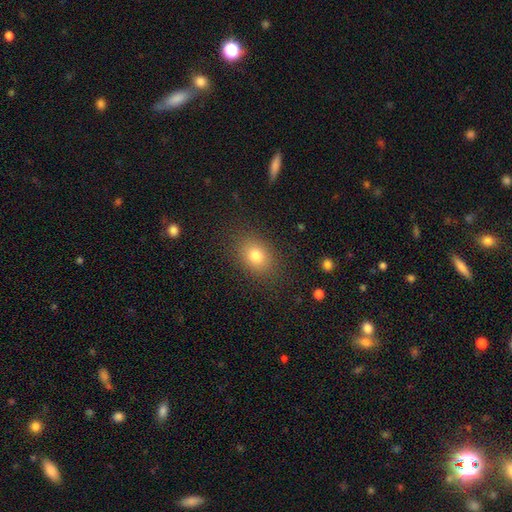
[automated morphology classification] Q: Smooth or featured?
A: smooth (78%); runner-up: star or artifact (12%)
Q: How rounded?
A: in between (62%); runner-up: round (37%)
Q: Merging?
A: none (85%); runner-up: minor disturbance (10%)